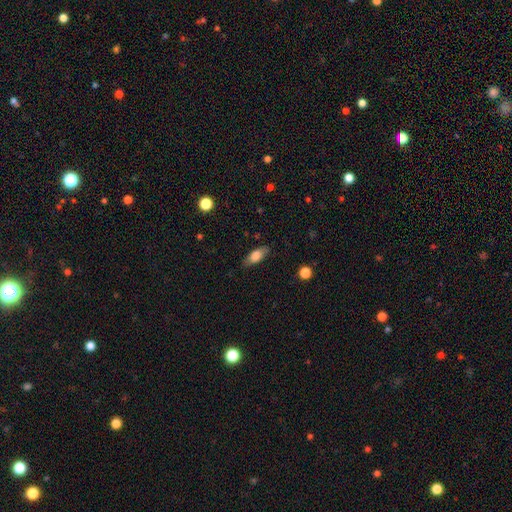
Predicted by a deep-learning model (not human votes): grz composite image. It shows a smooth galaxy with no disk features (75%) that is in between round and cigar-shaped (82%). Merging: none (79%).